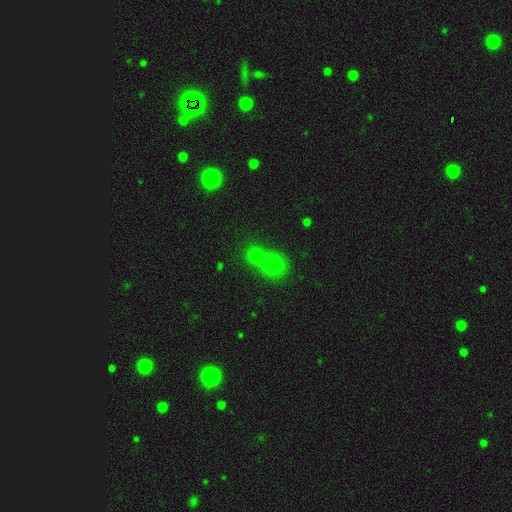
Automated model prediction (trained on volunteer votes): This is likely a smooth galaxy (69%). How rounded: clearly round (84%). Merging: possibly merger (53%).